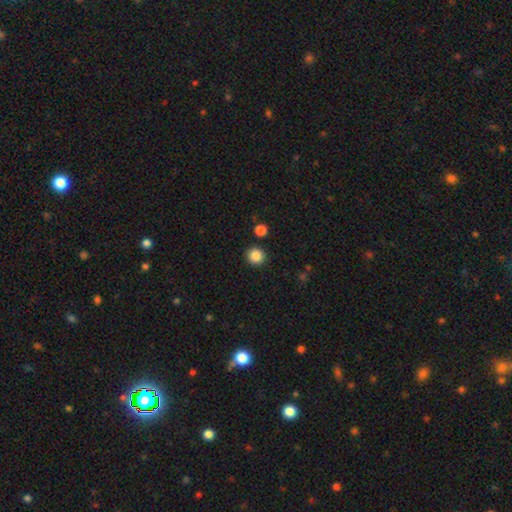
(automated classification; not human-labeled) Morphology: type=smooth (86%); roundness=round (93%); merging=none (91%).